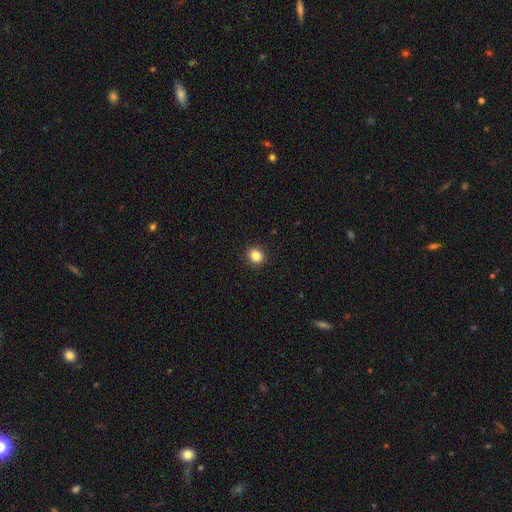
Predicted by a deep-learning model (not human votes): This is clearly a smooth galaxy (85%). How rounded: likely round (76%). Merging: clearly none (92%).